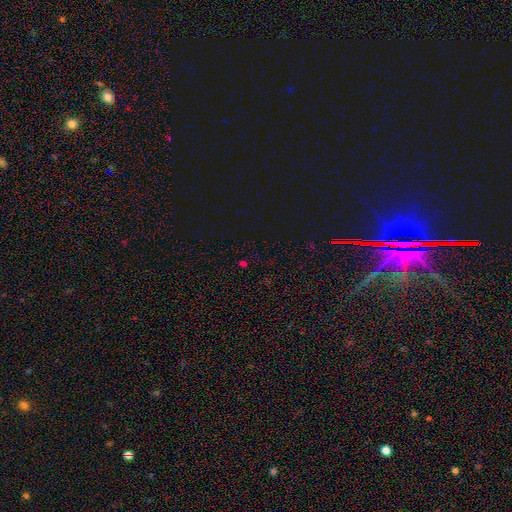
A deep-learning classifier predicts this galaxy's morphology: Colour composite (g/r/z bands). It shows a star or artifact, not a galaxy (65%).